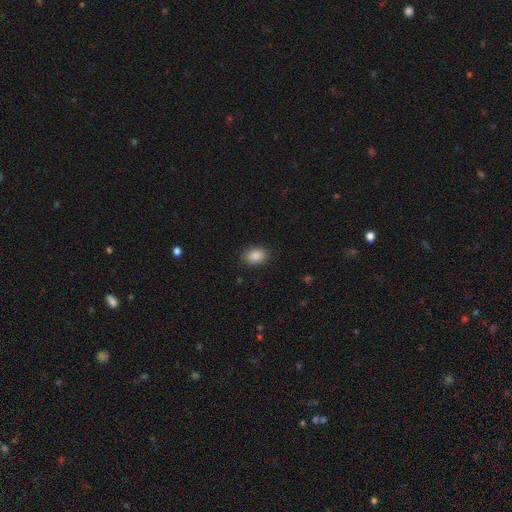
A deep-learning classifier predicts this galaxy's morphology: Q: Smooth or featured?
A: smooth (88%); runner-up: star or artifact (8%)
Q: How rounded?
A: in between (68%); runner-up: round (31%)
Q: Merging?
A: none (88%); runner-up: minor disturbance (9%)